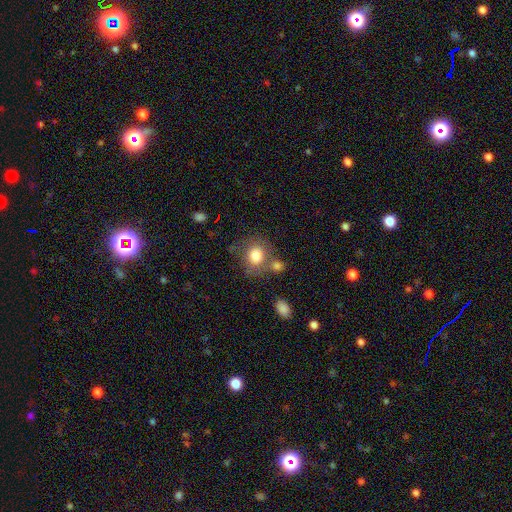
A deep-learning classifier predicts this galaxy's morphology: The model was most divided on "merging": none: 57%, merger: 20%, minor disturbance: 15%, major disturbance: 7%. More confident: smooth or featured — smooth (79%); how rounded — round (72%).